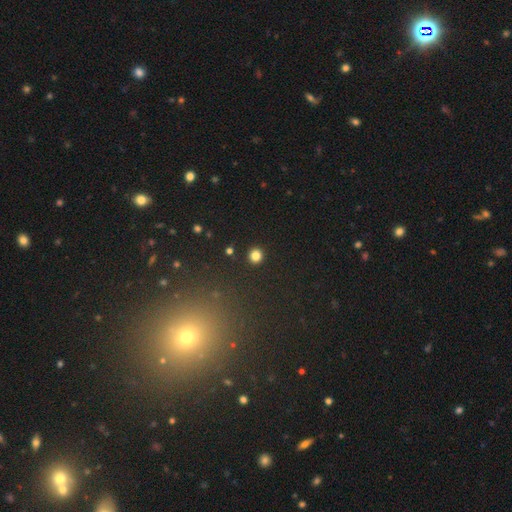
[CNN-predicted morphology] smooth_or_featured: smooth (p=0.82) [alt: star or artifact p=0.14]
how_rounded: round (p=0.93) [alt: in between p=0.06]
merging: none (p=0.93) [alt: minor disturbance p=0.04]